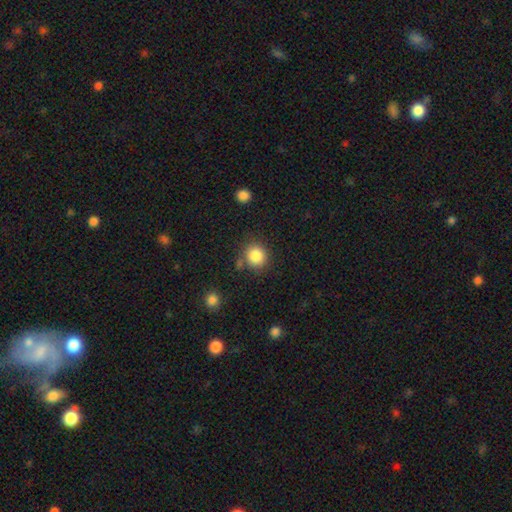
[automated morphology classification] A smooth galaxy with no disk features (86%) that is round (86%).

Vote fractions:
- Smooth or featured? smooth: 86% / star or artifact: 10% / featured or disk: 5%
- How rounded? round: 86% / in between: 13% / cigar-shaped: 1%
- Merging? none: 78% / minor disturbance: 11% / merger: 7% / major disturbance: 4%